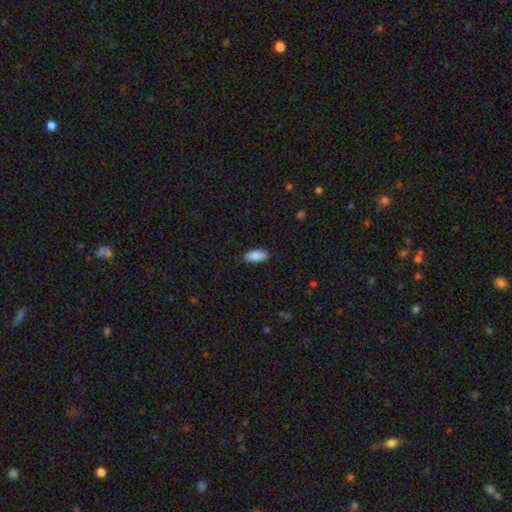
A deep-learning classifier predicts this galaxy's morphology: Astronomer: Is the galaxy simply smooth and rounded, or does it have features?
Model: smooth — 89%.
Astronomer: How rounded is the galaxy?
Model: in between — 86%.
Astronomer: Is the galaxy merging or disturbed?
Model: none — 87%.